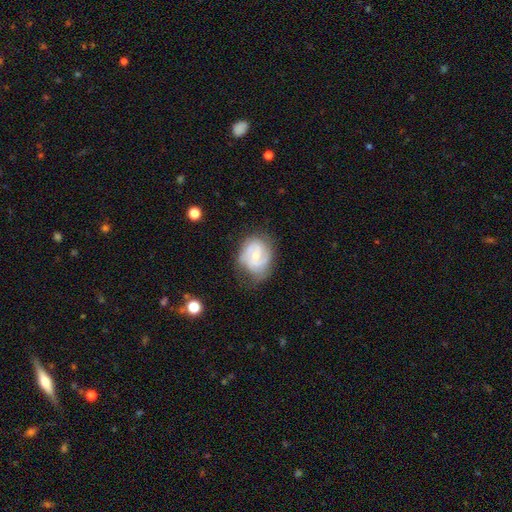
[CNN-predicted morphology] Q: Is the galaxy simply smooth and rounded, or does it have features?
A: featured or disk — 69%.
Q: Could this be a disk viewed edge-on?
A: no — 98%.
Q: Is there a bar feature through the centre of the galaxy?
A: no — 54%.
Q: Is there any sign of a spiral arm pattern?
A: yes — 87%.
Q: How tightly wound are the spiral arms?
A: tight — 46%.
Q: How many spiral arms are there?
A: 2 — 48%.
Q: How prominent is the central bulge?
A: small — 52%.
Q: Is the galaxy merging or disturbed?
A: none — 57%.